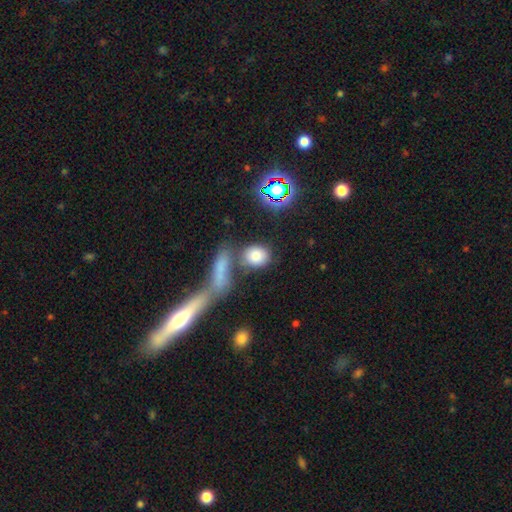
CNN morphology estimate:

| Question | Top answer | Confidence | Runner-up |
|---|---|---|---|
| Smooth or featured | smooth | 77% | star or artifact (12%) |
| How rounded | round | 54% | in between (42%) |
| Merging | none | 60% | merger (23%) |